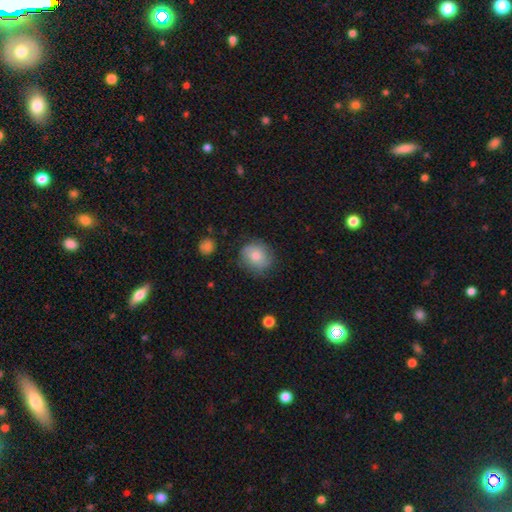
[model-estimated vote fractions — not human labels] smooth 75%, featured or disk 18%, star or artifact 8%. Down the decision tree: how rounded — round (76%); merging — none (73%).